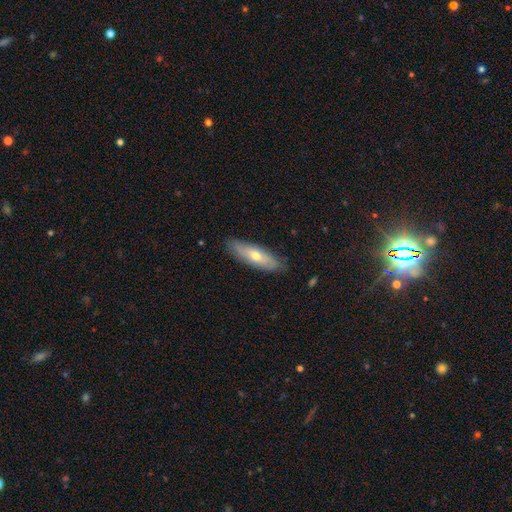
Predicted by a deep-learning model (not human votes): smooth-or-featured: smooth: 54% | featured or disk: 40% | star or artifact: 6%
  how-rounded: cigar-shaped: 49% | in between: 48% | round: 2%
  merging: none: 85% | minor disturbance: 12% | major disturbance: 2% | merger: 1%